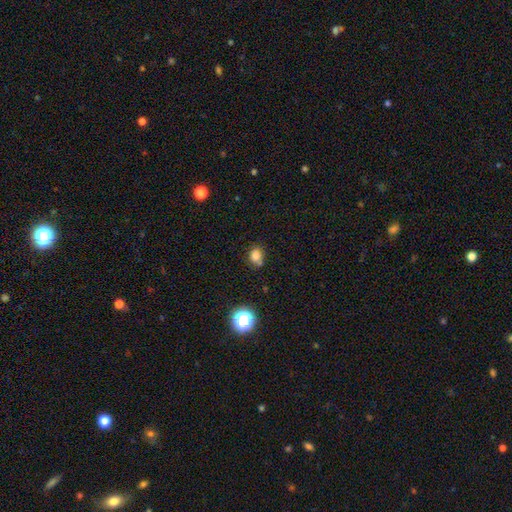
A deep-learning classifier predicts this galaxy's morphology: smooth 79%, star or artifact 14%, featured or disk 7%. Down the decision tree: how rounded — round (56%); merging — none (56%).